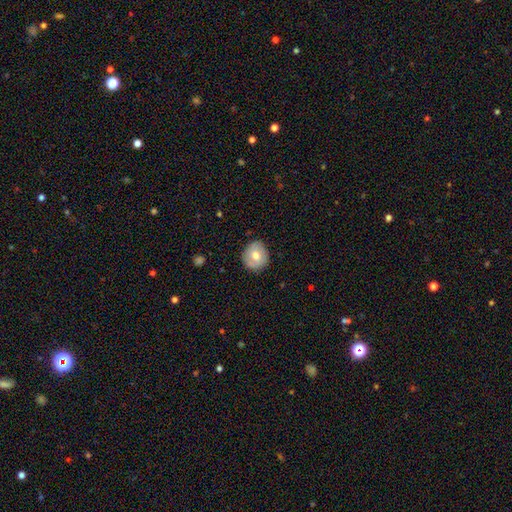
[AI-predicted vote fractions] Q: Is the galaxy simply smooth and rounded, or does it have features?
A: smooth — 66%.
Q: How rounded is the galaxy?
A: round — 84%.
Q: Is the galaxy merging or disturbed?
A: none — 83%.